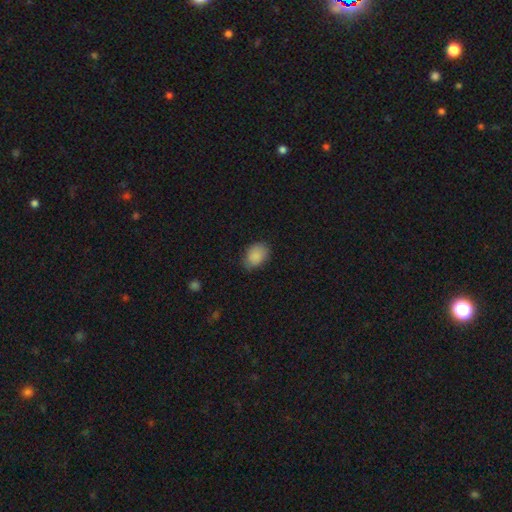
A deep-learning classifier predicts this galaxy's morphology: A smooth galaxy with no disk features (88%) that is in between round and cigar-shaped (77%). Merging: none (76%).